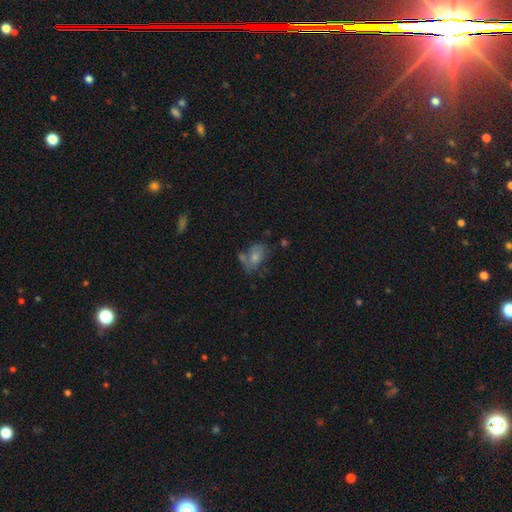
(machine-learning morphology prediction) smooth 48%, featured or disk 35%, star or artifact 17%. Down the decision tree: merging — none (49%).